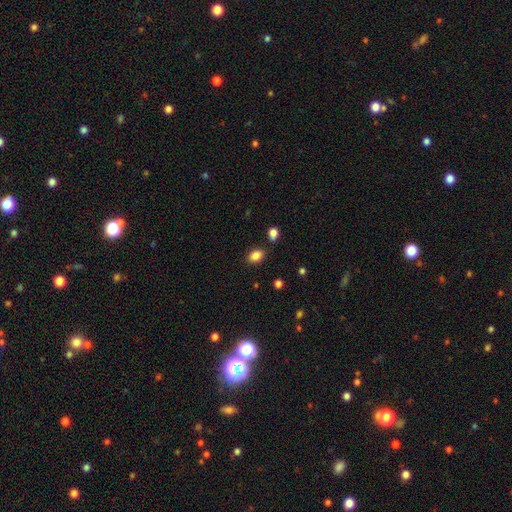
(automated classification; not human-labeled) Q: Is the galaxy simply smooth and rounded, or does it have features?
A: smooth — 85%.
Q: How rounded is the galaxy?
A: in between — 74%.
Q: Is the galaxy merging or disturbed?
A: none — 83%.